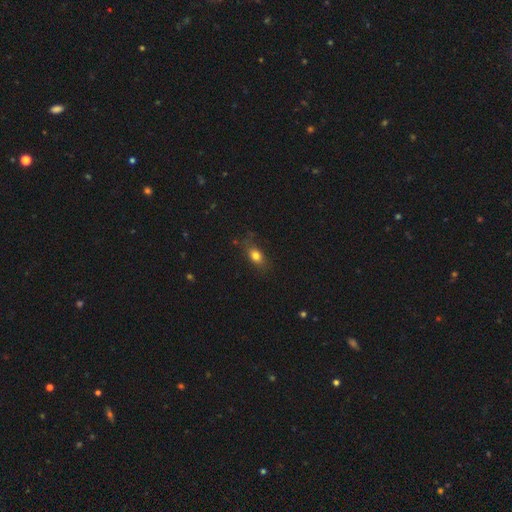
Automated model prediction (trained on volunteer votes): The model was most divided on "how rounded": in between: 73%, round: 20%, cigar-shaped: 7%. More confident: smooth or featured — smooth (78%); merging — none (75%).